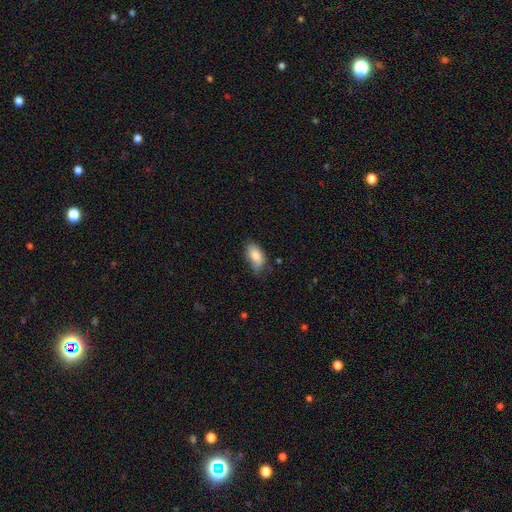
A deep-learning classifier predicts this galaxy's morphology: A smooth galaxy with no disk features (83%) that is in between round and cigar-shaped (92%).

Vote fractions:
- Smooth or featured? smooth: 83% / featured or disk: 10% / star or artifact: 7%
- How rounded? in between: 92% / cigar-shaped: 4% / round: 3%
- Merging? none: 53% / minor disturbance: 36% / major disturbance: 9% / merger: 2%